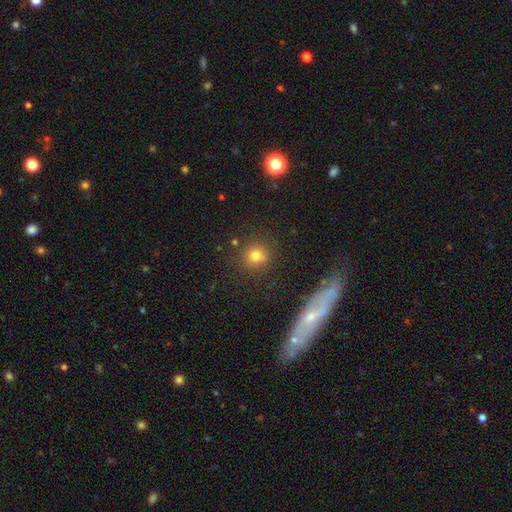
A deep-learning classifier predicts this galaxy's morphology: A smooth galaxy with no disk features (76%) that is round (90%). Merging: none (83%).